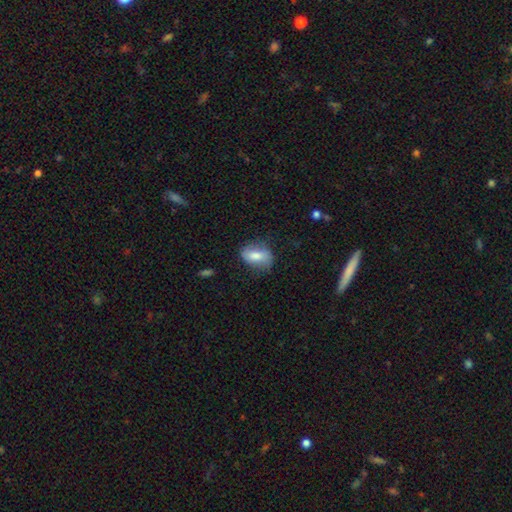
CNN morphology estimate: smooth-or-featured: smooth: 67% | featured or disk: 25% | star or artifact: 7%
  how-rounded: in between: 83% | round: 14% | cigar-shaped: 4%
  merging: none: 68% | minor disturbance: 23% | major disturbance: 7% | merger: 1%